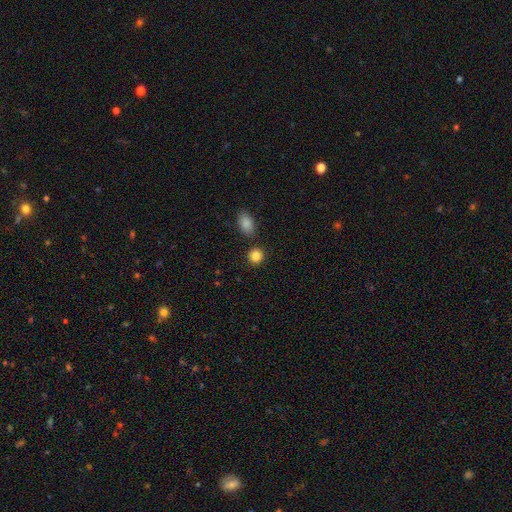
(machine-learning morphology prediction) The model was most divided on "how rounded": round: 84%, in between: 15%, cigar-shaped: 1%. More confident: smooth or featured — smooth (86%); merging — none (82%).